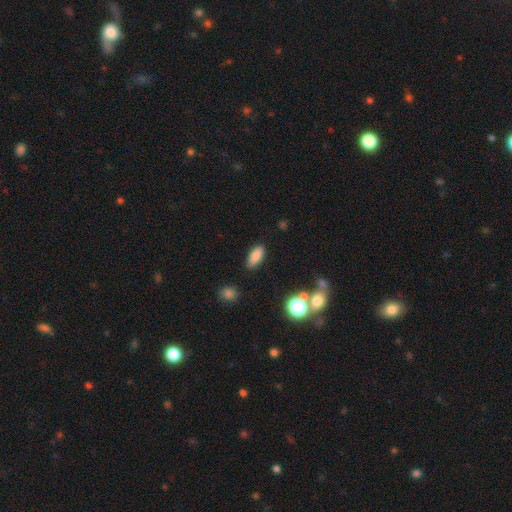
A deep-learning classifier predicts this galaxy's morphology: Smooth or featured? Predicted: smooth (p=0.83). How rounded? Predicted: in between (p=0.83). Merging? Predicted: none (p=0.85).